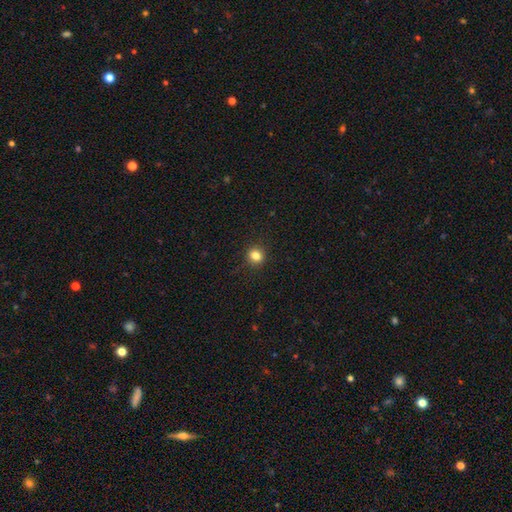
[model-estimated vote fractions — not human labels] Smooth or featured? smooth (82%)
How rounded? round (80%)
Merging? none (89%)